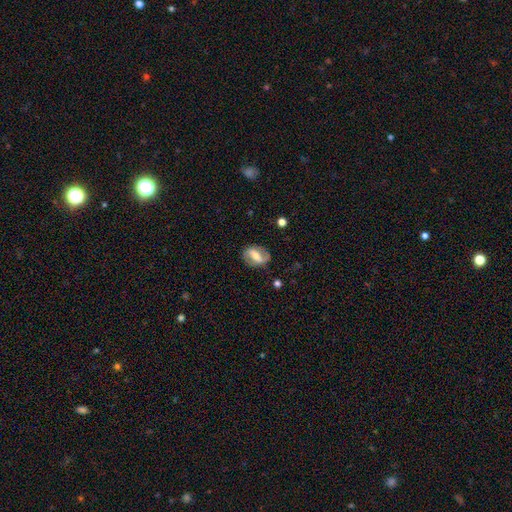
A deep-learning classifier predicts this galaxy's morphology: smooth_or_featured: featured or disk (p=0.69) [alt: smooth p=0.25]
disk_edge_on: no (p=0.94) [alt: yes p=0.06]
bar: strong (p=0.53) [alt: weak p=0.32]
has_spiral_arms: yes (p=0.76) [alt: no p=0.24]
bulge_size: moderate (p=0.60) [alt: small p=0.27]
merging: none (p=0.79) [alt: minor disturbance p=0.14]